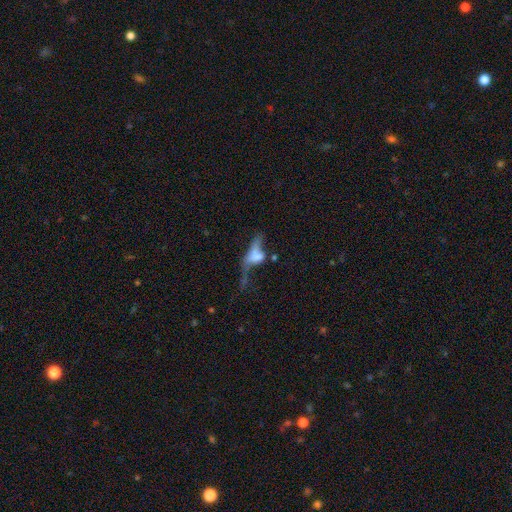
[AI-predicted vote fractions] Smooth or featured? featured or disk (46%)
Merging? major disturbance (36%)